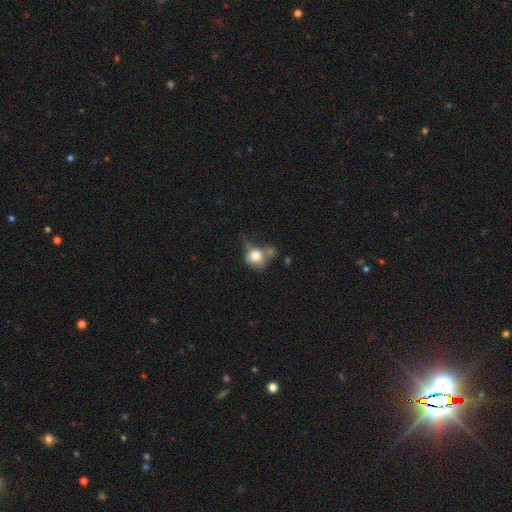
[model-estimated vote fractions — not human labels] This is likely a smooth galaxy (72%). How rounded: likely round (67%). Merging: marginally none (31%).